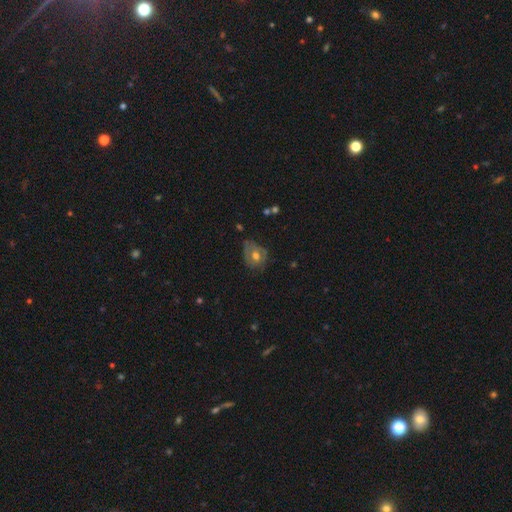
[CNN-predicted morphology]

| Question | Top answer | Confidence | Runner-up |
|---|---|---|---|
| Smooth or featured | smooth | 47% | featured or disk (45%) |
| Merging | none | 56% | minor disturbance (30%) |